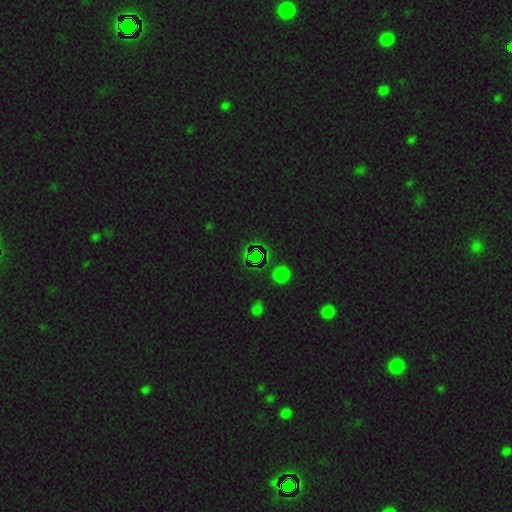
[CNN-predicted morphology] A star or artifact, not a galaxy (73%).